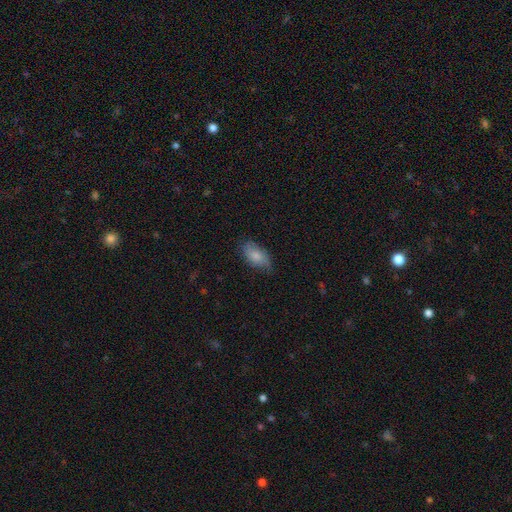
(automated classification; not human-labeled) A smooth galaxy with no disk features (77%) that is in between round and cigar-shaped (92%). Merging: none (62%).